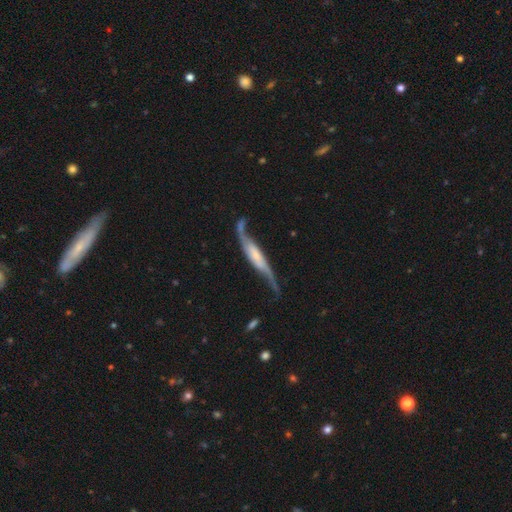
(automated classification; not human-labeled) Smooth or featured: featured or disk — 76% (smooth — 18%)
Edge-on disk: no — 52% (yes — 48%)
Merging: none — 49% (minor disturbance — 25%)